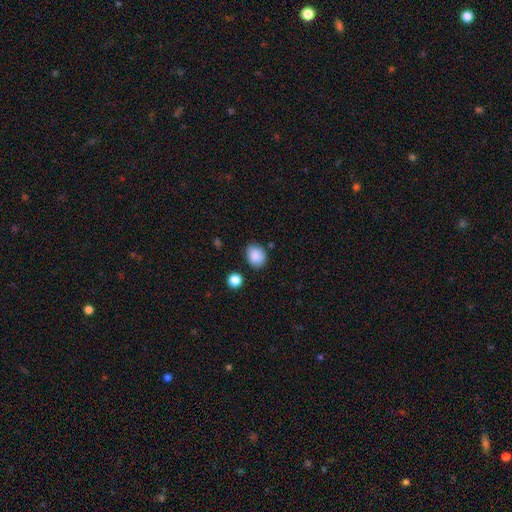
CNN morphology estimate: Overall: smooth (87%). How rounded: in between (53%; round 46%). Merging: none (74%).